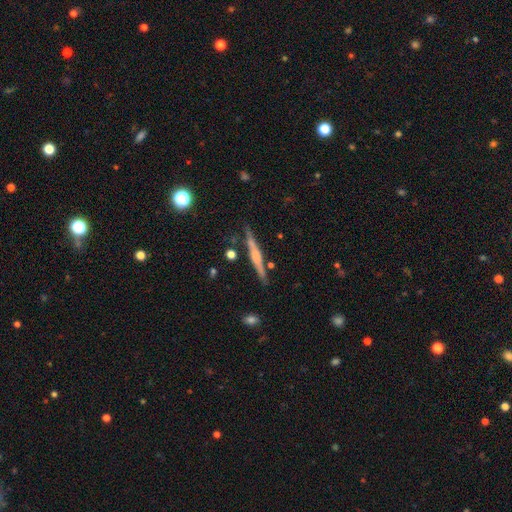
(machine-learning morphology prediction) Smooth or featured? Predicted: featured or disk (p=0.63). Edge-on disk? Predicted: yes (p=0.97). Edge-on bulge? Predicted: rounded (p=0.56). Merging? Predicted: none (p=0.84).